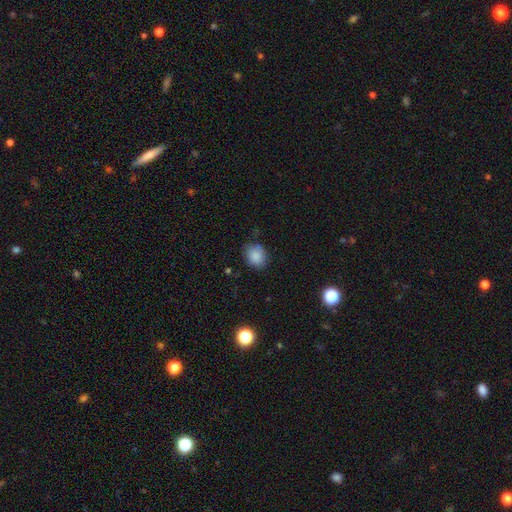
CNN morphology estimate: A smooth galaxy with no disk features (86%) that is round (64%).

Vote fractions:
- Smooth or featured? smooth: 86% / star or artifact: 9% / featured or disk: 5%
- How rounded? round: 64% / in between: 35% / cigar-shaped: 1%
- Merging? none: 76% / minor disturbance: 18% / major disturbance: 4% / merger: 2%